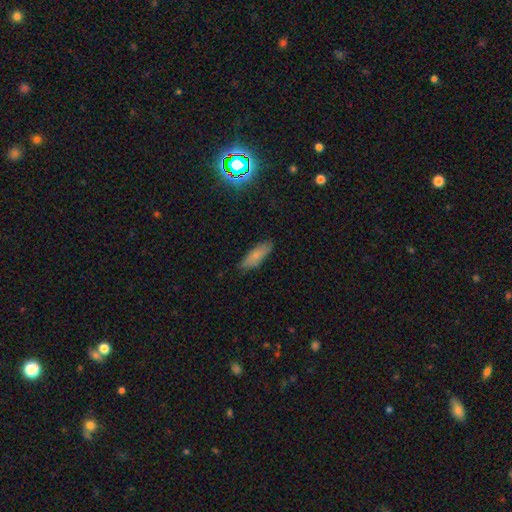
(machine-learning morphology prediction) Smooth or featured?
  - smooth: 75% *
  - featured or disk: 16%
  - star or artifact: 10%
How rounded?
  - in between: 60% *
  - cigar-shaped: 38%
  - round: 2%
Merging?
  - none: 82% *
  - minor disturbance: 14%
  - major disturbance: 2%
  - merger: 1%